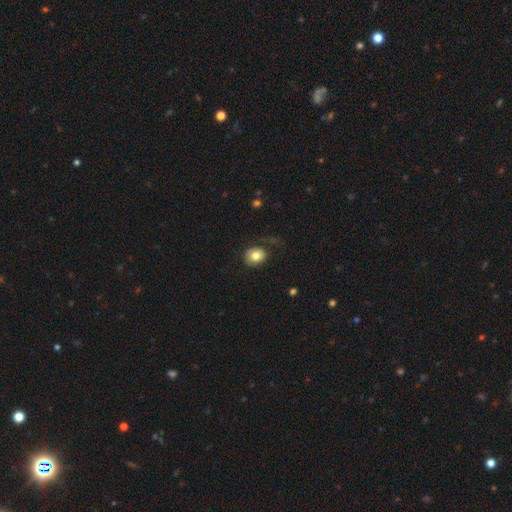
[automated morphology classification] Overall: smooth (79%). How rounded: round (64%; in between 35%). Merging: none (70%).